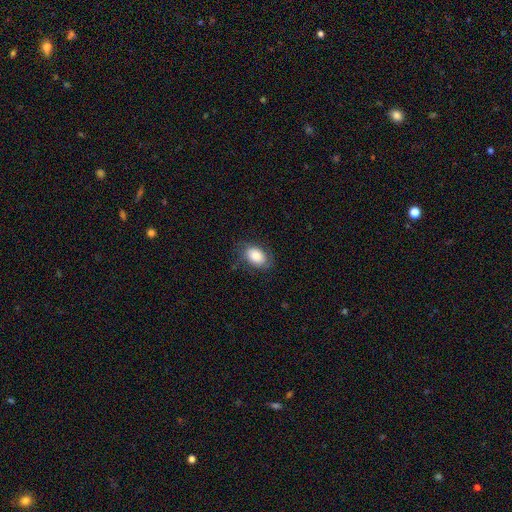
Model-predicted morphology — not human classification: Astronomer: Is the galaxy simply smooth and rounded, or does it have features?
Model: smooth — 81%.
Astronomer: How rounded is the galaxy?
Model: in between — 86%.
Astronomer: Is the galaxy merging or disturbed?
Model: none — 71%.